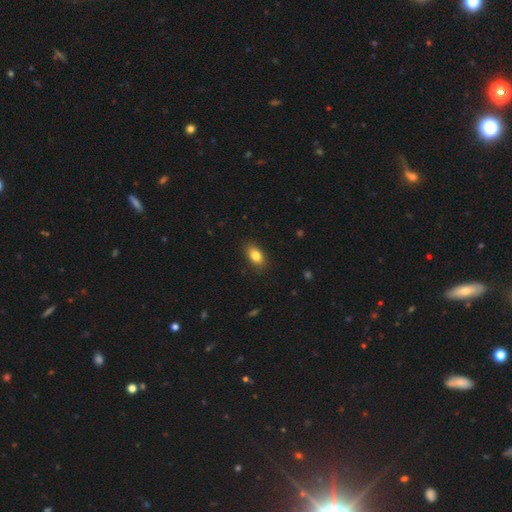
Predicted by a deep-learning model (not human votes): Smooth or featured? Predicted: smooth (p=0.84). How rounded? Predicted: in between (p=0.88). Merging? Predicted: none (p=0.86).